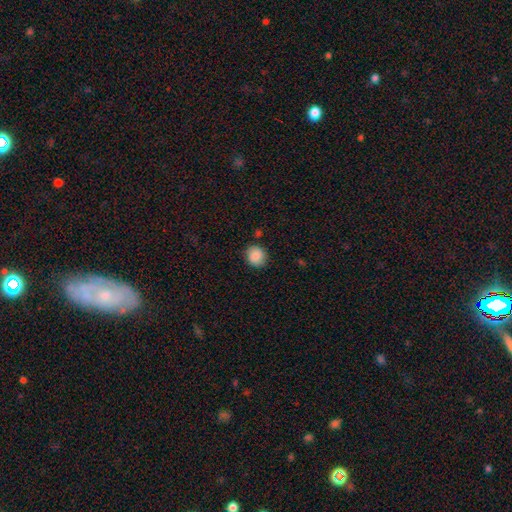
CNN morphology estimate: Smooth or featured: smooth — 88% (star or artifact — 8%)
How rounded: round — 84% (in between — 16%)
Merging: none — 85% (minor disturbance — 11%)